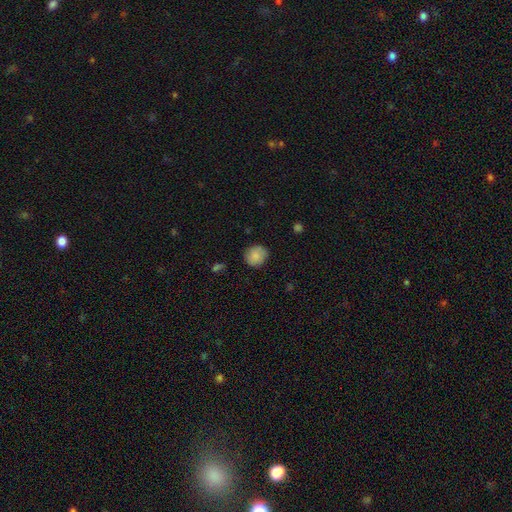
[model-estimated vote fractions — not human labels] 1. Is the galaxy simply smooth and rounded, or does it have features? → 85% smooth, 8% star or artifact, 7% featured or disk.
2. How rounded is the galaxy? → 85% round, 14% in between, 1% cigar-shaped.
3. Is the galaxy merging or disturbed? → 84% none, 12% minor disturbance, 3% major disturbance, 1% merger.